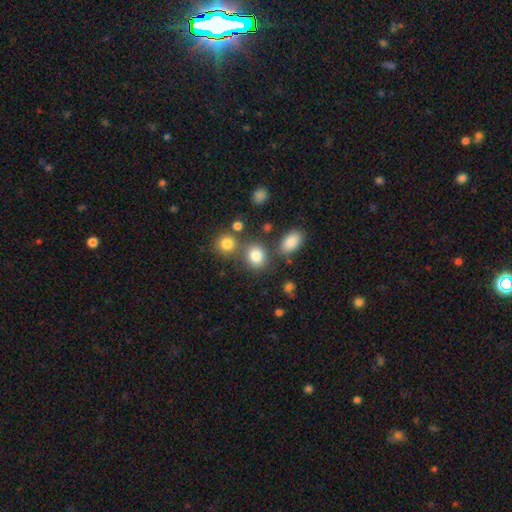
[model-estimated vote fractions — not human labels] Overall: smooth (82%). How rounded: round (61%; in between 38%). Merging: none (66%).